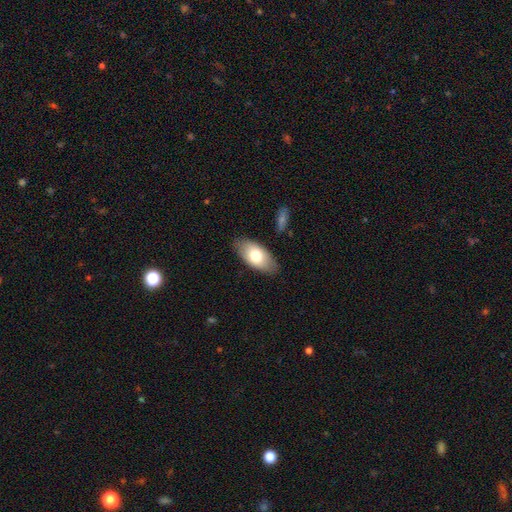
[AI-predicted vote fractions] smooth-or-featured: smooth: 74% | featured or disk: 20% | star or artifact: 6%
  how-rounded: in between: 93% | cigar-shaped: 4% | round: 3%
  merging: none: 83% | minor disturbance: 12% | major disturbance: 3% | merger: 2%